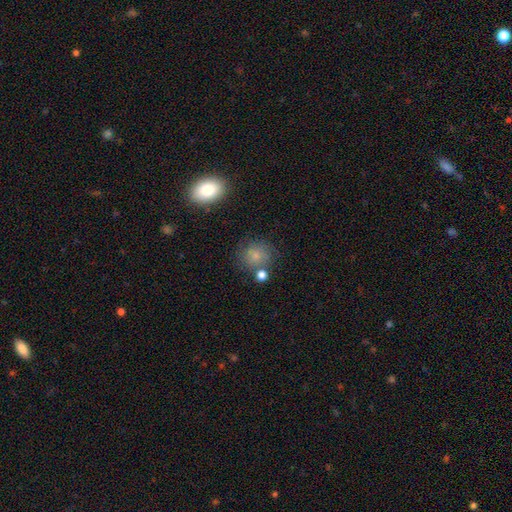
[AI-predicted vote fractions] Q: Smooth or featured?
A: smooth (78%); runner-up: star or artifact (12%)
Q: How rounded?
A: round (82%); runner-up: in between (17%)
Q: Merging?
A: none (65%); runner-up: minor disturbance (15%)